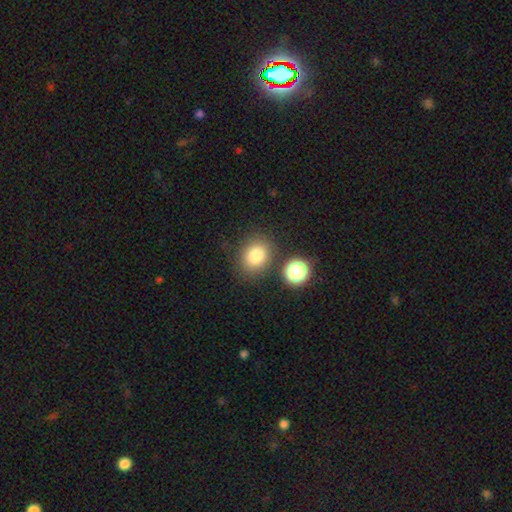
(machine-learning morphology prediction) smooth-or-featured: smooth: 81% | star or artifact: 12% | featured or disk: 7%
  how-rounded: round: 62% | in between: 37% | cigar-shaped: 1%
  merging: none: 80% | minor disturbance: 10% | merger: 6% | major disturbance: 4%